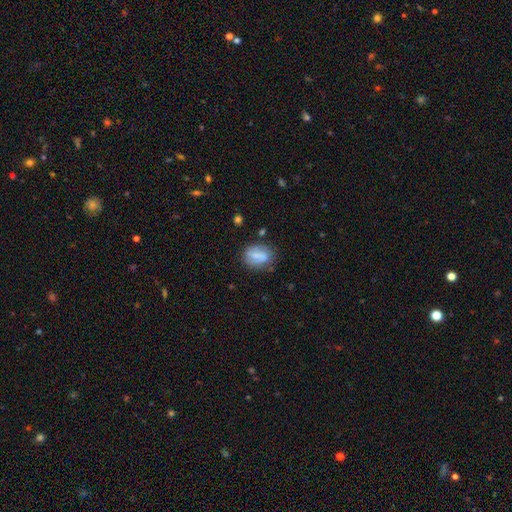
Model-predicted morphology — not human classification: Smooth or featured? smooth (62%)
How rounded? in between (68%)
Merging? none (67%)